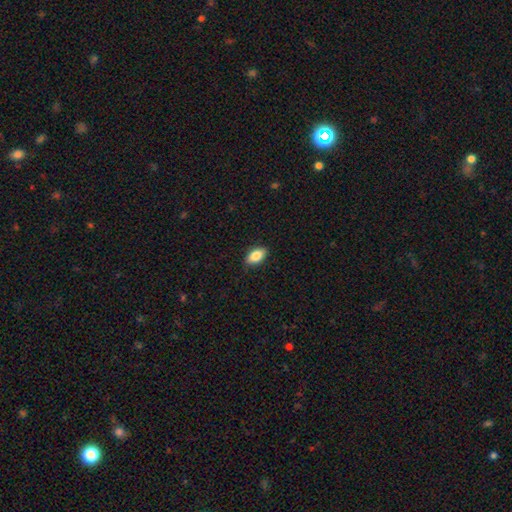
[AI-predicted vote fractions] Smooth or featured: smooth — 83% (featured or disk — 9%)
How rounded: in between — 90% (round — 6%)
Merging: none — 86% (minor disturbance — 11%)